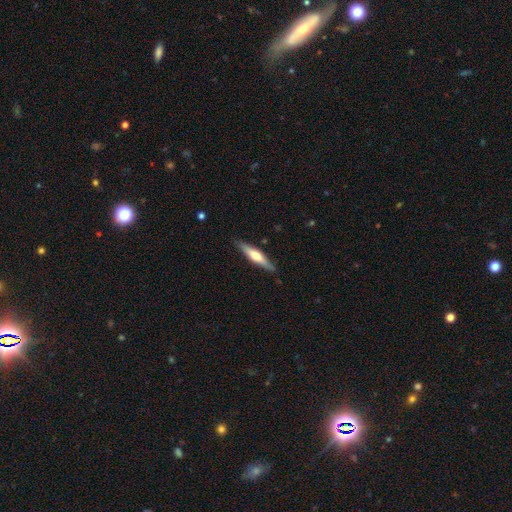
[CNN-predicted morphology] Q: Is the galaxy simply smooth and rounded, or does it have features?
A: smooth — 49%.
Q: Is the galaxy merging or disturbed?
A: none — 87%.